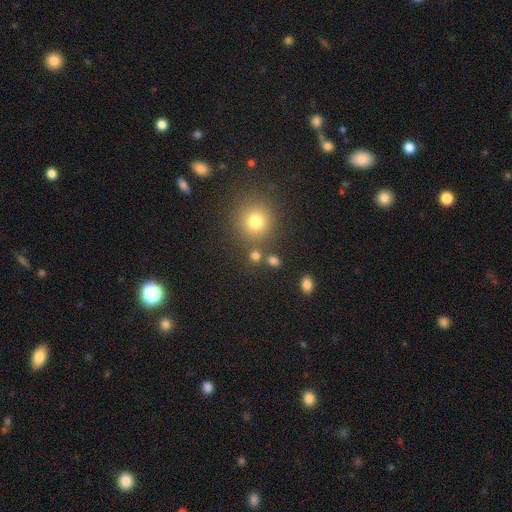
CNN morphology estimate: Smooth or featured? Predicted: smooth (p=0.74). How rounded? Predicted: round (p=0.77). Merging? Predicted: none (p=0.72).